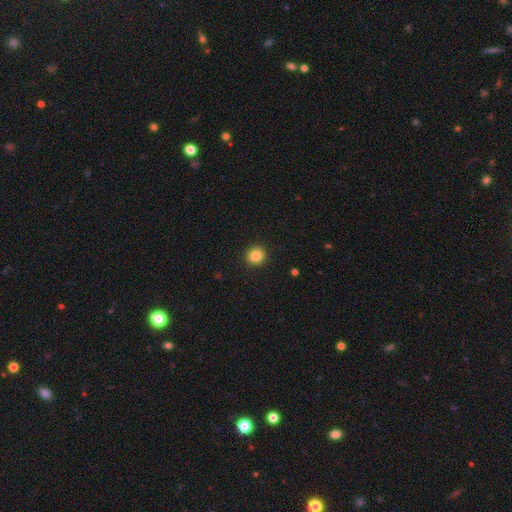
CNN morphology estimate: smooth-or-featured: smooth: 85% | star or artifact: 11% | featured or disk: 5%
  how-rounded: round: 92% | in between: 7% | cigar-shaped: 1%
  merging: none: 93% | minor disturbance: 5% | major disturbance: 2% | merger: 1%